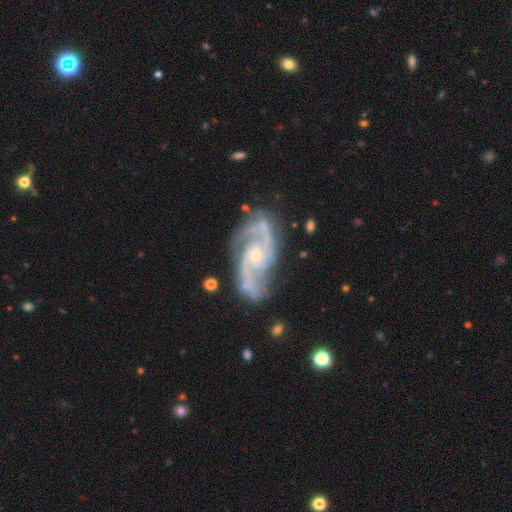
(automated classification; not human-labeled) This appears to be a featured or disk galaxy (92%) with no bar (58%), 2 (83%) medium (59%) spiral arms (98%) and a small central bulge (66%). Merging: none (71%).